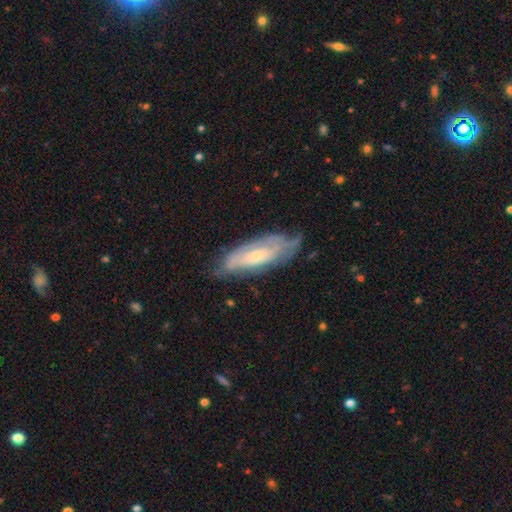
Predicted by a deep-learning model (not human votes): Overall: featured or disk (65%; smooth 28%). Edge-on disk: no (78%). Bar: no (60%; weak 32%). Spiral arms: yes (74%). Bulge size: small (55%; moderate 37%). Merging: none (62%; minor disturbance 27%).